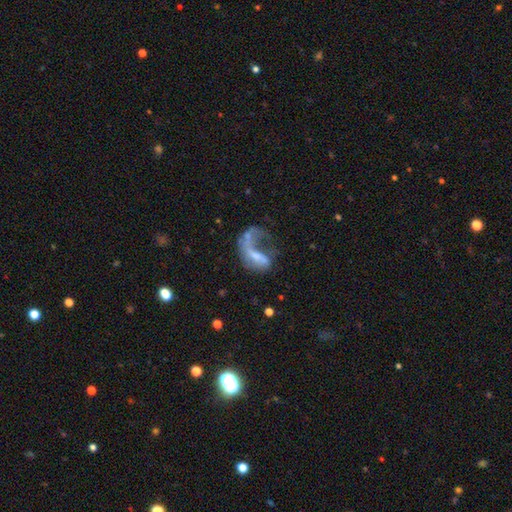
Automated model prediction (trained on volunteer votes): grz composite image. It shows a featured or disk galaxy (61%) with no bar (61%), no spiral arms (53%) and no central bulge (40%). Merging: major disturbance (53%).